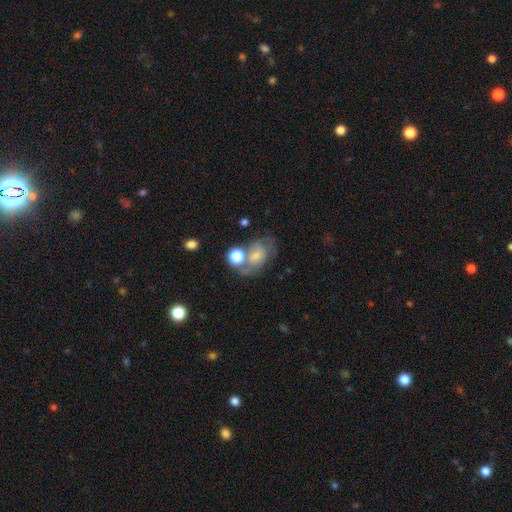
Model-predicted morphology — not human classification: A smooth galaxy with no disk features (58%) that is in between round and cigar-shaped (74%).

Vote fractions:
- Smooth or featured? smooth: 58% / featured or disk: 31% / star or artifact: 11%
- How rounded? in between: 74% / round: 24% / cigar-shaped: 1%
- Merging? none: 37% / merger: 27% / minor disturbance: 20% / major disturbance: 16%